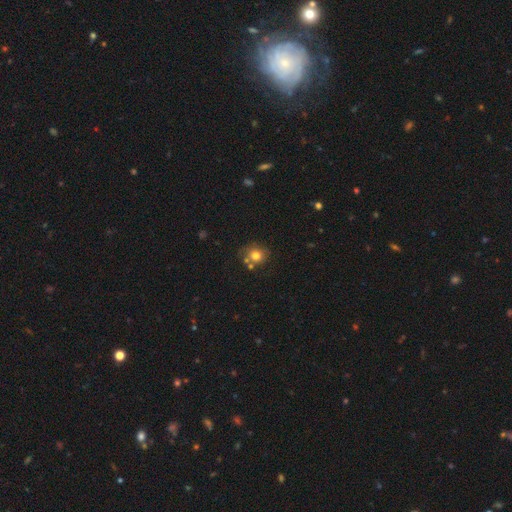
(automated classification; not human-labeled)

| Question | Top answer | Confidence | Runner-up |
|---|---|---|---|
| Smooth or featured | smooth | 75% | star or artifact (13%) |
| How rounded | round | 81% | in between (18%) |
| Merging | none | 63% | merger (18%) |